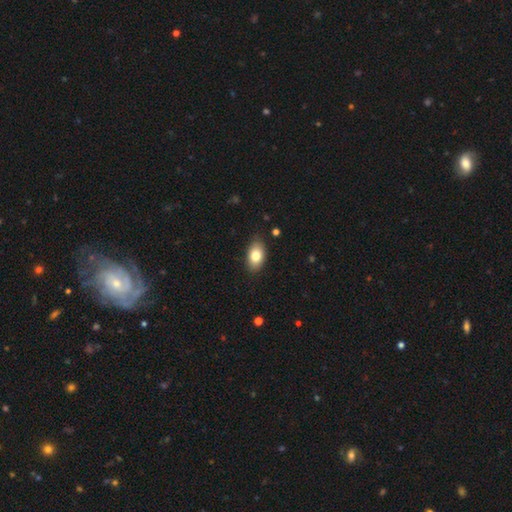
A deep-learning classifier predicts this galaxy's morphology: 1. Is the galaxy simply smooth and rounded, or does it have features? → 81% smooth, 12% featured or disk, 7% star or artifact.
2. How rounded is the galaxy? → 91% in between, 7% round, 2% cigar-shaped.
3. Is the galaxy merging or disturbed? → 85% none, 11% minor disturbance, 2% major disturbance, 1% merger.